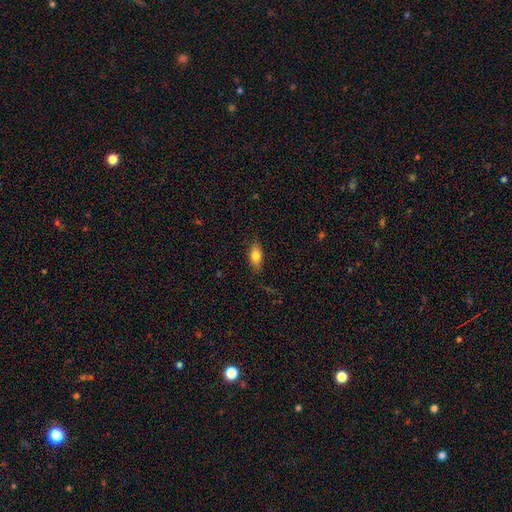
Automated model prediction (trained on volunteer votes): Morphology: type=smooth (81%); roundness=in between (86%); merging=none (83%).